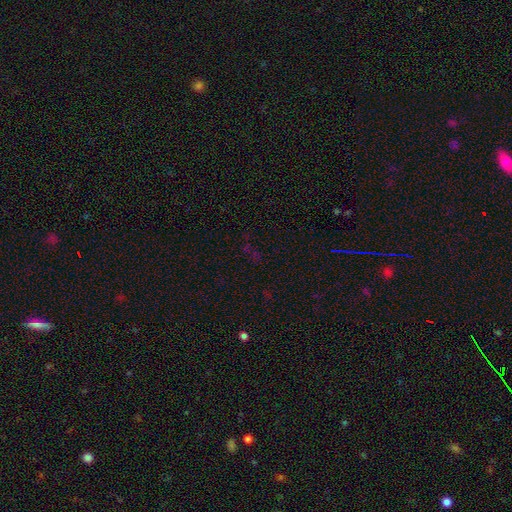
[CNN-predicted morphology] Smooth or featured? star or artifact (68%)